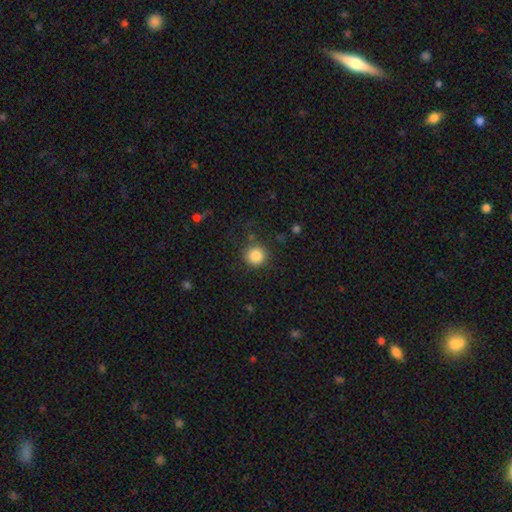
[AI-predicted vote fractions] Q: Smooth or featured?
A: smooth (86%); runner-up: star or artifact (10%)
Q: How rounded?
A: round (94%); runner-up: in between (6%)
Q: Merging?
A: none (85%); runner-up: minor disturbance (9%)